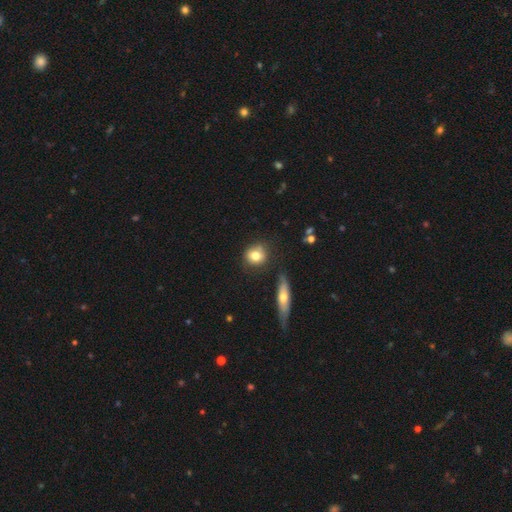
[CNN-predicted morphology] Smooth or featured? smooth (77%)
How rounded? round (77%)
Merging? none (70%)